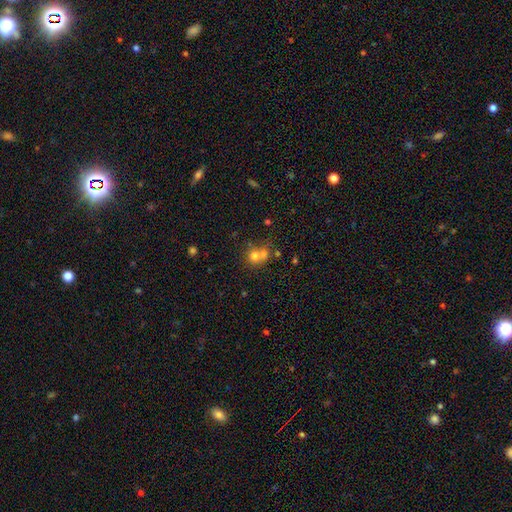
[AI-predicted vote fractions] Smooth or featured?
  - smooth: 68% *
  - featured or disk: 16%
  - star or artifact: 15%
How rounded?
  - round: 81% *
  - in between: 18%
  - cigar-shaped: 1%
Merging?
  - merger: 53% *
  - none: 36%
  - minor disturbance: 7%
  - major disturbance: 4%